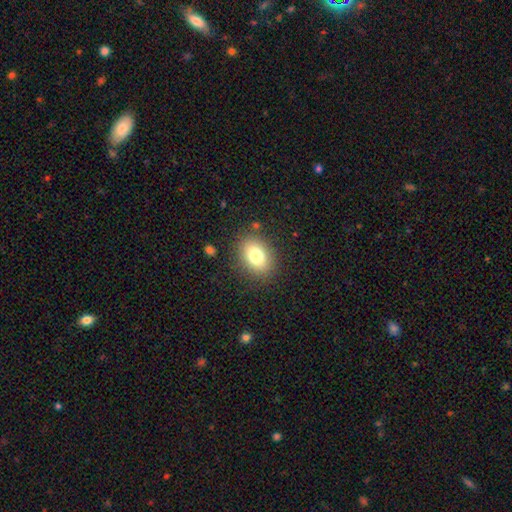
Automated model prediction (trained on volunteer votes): This appears to be a smooth galaxy with no disk features (79%) that is in between round and cigar-shaped (69%). Merging: none (85%).